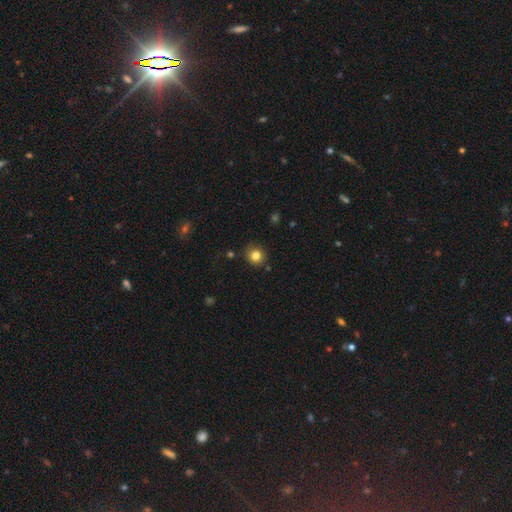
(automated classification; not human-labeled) smooth_or_featured: smooth (p=0.81) [alt: star or artifact p=0.12]
how_rounded: round (p=0.87) [alt: in between p=0.12]
merging: none (p=0.83) [alt: minor disturbance p=0.12]